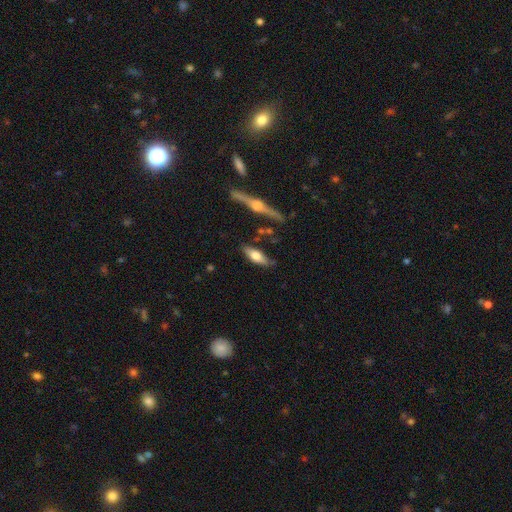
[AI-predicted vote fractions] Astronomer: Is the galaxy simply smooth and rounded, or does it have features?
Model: smooth — 48% (runner-up: featured or disk, 45%).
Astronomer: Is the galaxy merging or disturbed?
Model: none — 78%.